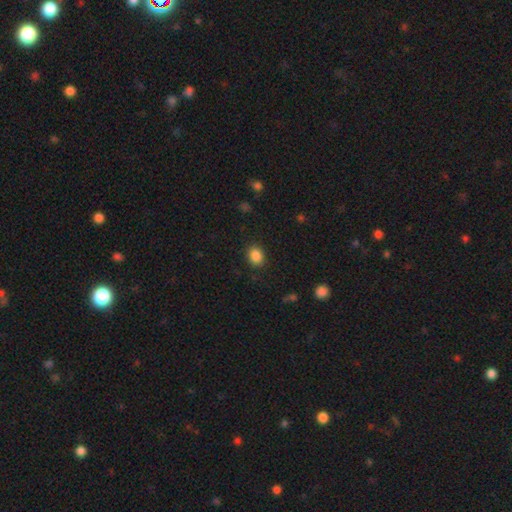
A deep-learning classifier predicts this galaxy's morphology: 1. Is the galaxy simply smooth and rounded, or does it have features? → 86% smooth, 10% star or artifact, 4% featured or disk.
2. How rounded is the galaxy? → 50% in between, 49% round, 1% cigar-shaped.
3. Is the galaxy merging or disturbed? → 87% none, 9% minor disturbance, 3% major disturbance, 1% merger.